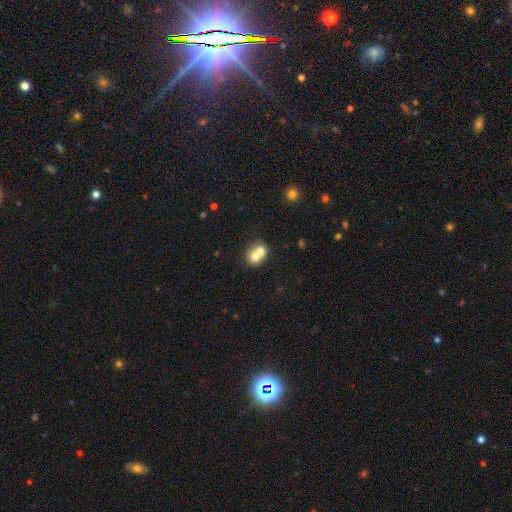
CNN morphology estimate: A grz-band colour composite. It shows a smooth galaxy with no disk features (67%) that is round (59%). Merging: merger (68%).